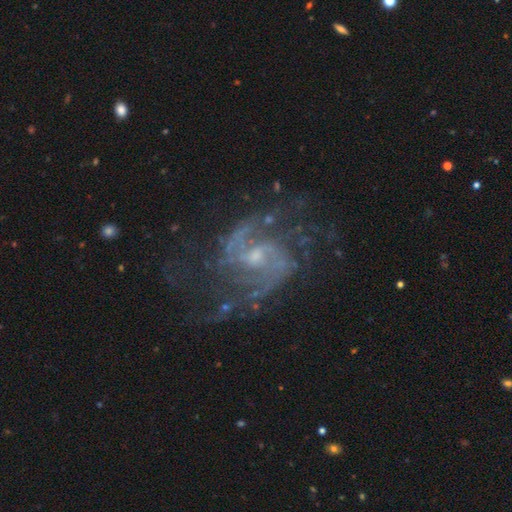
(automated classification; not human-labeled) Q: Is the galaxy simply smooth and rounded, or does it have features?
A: featured or disk — 90%.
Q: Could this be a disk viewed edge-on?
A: no — 98%.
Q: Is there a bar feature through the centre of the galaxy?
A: weak — 52%.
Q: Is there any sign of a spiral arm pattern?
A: yes — 97%.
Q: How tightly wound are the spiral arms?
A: medium — 55%.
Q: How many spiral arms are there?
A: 2 — 77%.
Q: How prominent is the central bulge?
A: small — 57%.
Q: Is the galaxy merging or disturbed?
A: none — 67%.